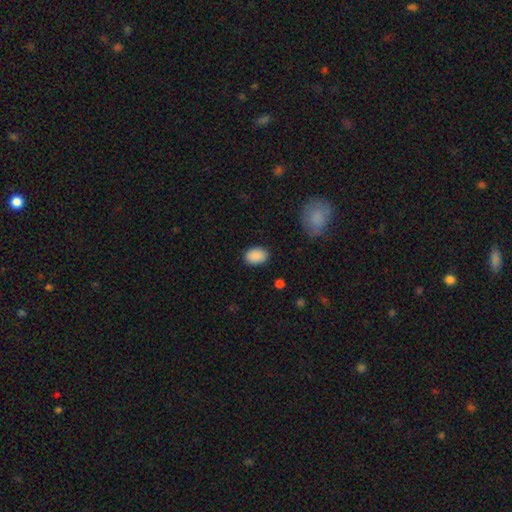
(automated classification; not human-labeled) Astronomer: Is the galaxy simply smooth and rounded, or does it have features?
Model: smooth — 90%.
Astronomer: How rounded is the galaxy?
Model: in between — 83%.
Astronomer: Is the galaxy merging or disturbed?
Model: none — 87%.